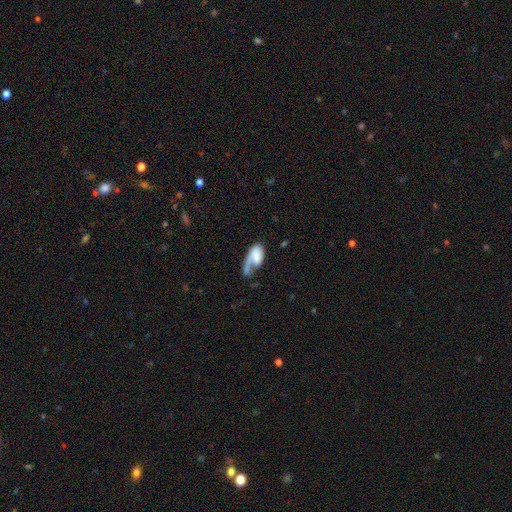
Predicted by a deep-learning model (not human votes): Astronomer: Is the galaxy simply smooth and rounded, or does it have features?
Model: featured or disk — 47% (runner-up: smooth, 46%).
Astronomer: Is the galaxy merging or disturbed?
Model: major disturbance — 42% (runner-up: none, 28%).